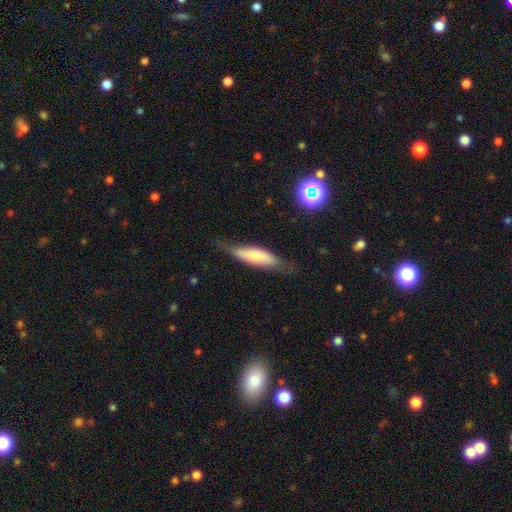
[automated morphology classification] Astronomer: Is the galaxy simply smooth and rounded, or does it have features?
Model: smooth — 56% (runner-up: featured or disk, 37%).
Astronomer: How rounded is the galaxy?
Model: cigar-shaped — 60% (runner-up: in between, 38%).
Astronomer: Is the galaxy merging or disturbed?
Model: none — 62%.